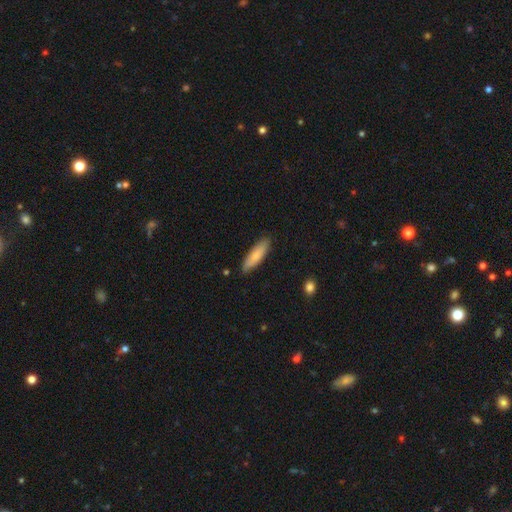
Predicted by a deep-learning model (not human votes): Overall: smooth (78%). How rounded: cigar-shaped (58%; in between 40%). Merging: none (84%).